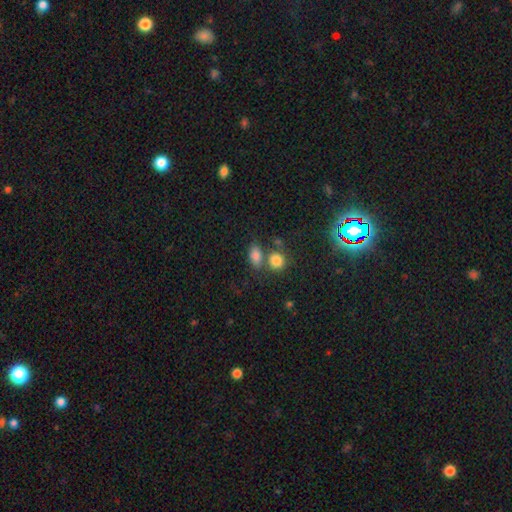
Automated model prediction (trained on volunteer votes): Smooth or featured: smooth — 81% (star or artifact — 11%)
How rounded: in between — 80% (round — 17%)
Merging: none — 54% (merger — 28%)